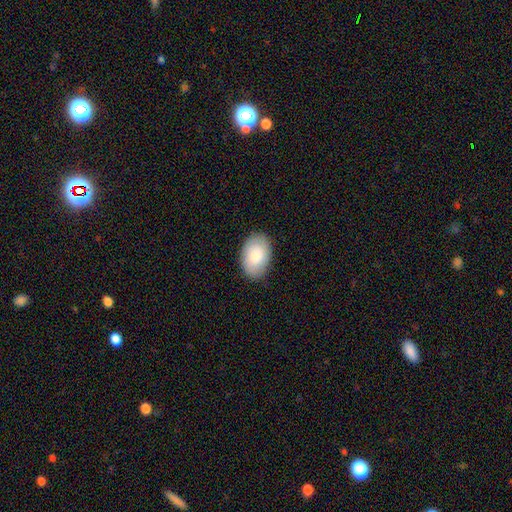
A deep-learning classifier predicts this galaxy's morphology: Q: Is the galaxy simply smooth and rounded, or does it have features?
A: smooth — 82%.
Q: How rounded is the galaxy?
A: in between — 90%.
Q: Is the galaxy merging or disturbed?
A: none — 87%.